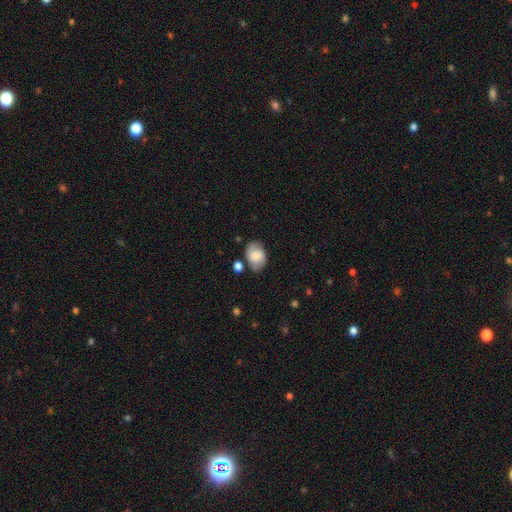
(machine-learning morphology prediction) smooth 74%, featured or disk 18%, star or artifact 8%. Down the decision tree: how rounded — in between (78%); merging — none (68%).